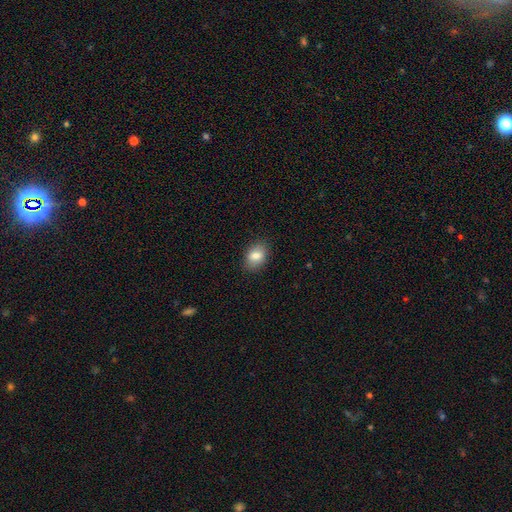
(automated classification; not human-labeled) Morphology: type=smooth (83%); roundness=in between (78%); merging=none (86%).